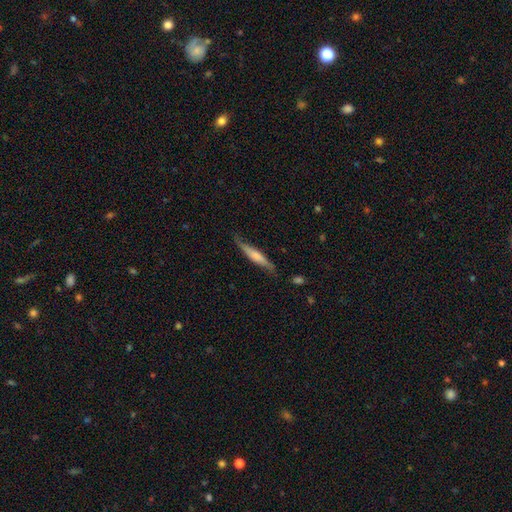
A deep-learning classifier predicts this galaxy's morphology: A smooth galaxy with no disk features (51%) that is cigar-shaped (89%).

Vote fractions:
- Smooth or featured? smooth: 51% / featured or disk: 44% / star or artifact: 5%
- How rounded? cigar-shaped: 89% / in between: 9% / round: 2%
- Merging? none: 72% / minor disturbance: 21% / major disturbance: 5% / merger: 2%